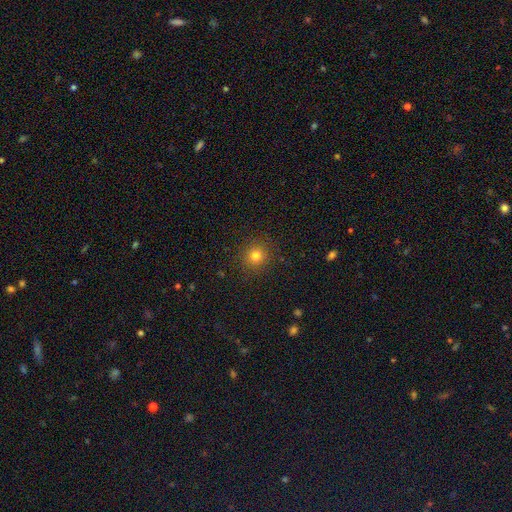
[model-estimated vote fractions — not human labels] Smooth or featured?
  - smooth: 80% *
  - star or artifact: 14%
  - featured or disk: 6%
How rounded?
  - round: 91% *
  - in between: 8%
  - cigar-shaped: 1%
Merging?
  - none: 89% *
  - minor disturbance: 7%
  - major disturbance: 3%
  - merger: 1%